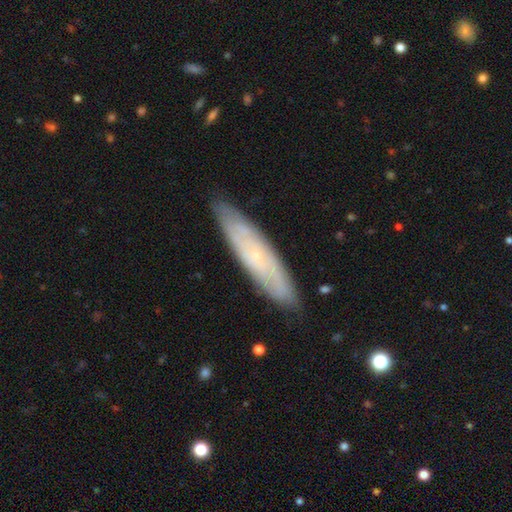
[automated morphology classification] featured or disk 59%, smooth 34%, star or artifact 7%. Down the decision tree: edge-on disk — no (59%); merging — none (85%).